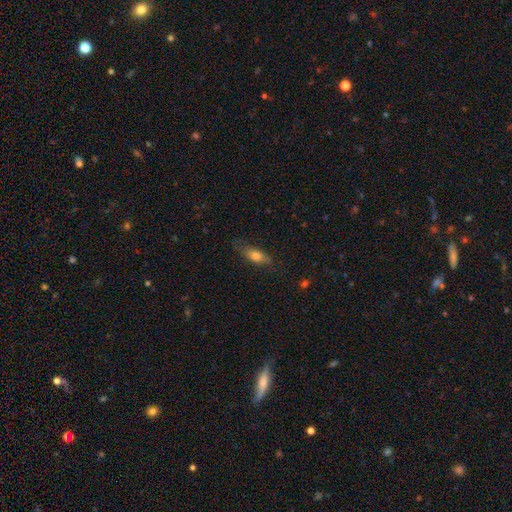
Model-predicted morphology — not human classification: Smooth or featured? smooth (66%)
How rounded? in between (57%)
Merging? none (73%)